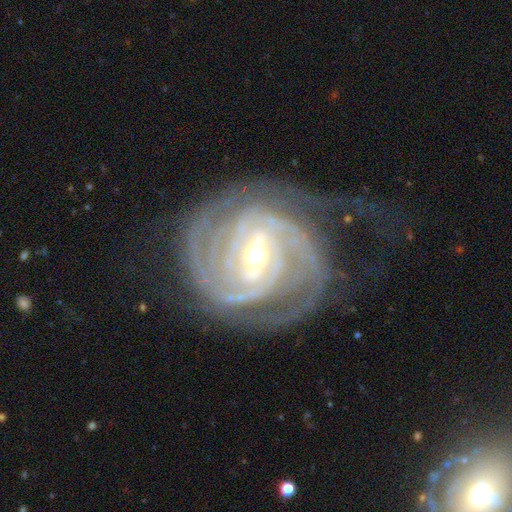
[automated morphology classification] Smooth or featured?
  - featured or disk: 92% *
  - star or artifact: 4%
  - smooth: 3%
Edge-on disk?
  - no: 97% *
  - yes: 3%
Bar?
  - strong: 47% *
  - weak: 41%
  - no: 12%
Spiral arms?
  - yes: 98% *
  - no: 2%
Spiral winding?
  - tight: 79% *
  - medium: 18%
  - loose: 3%
Spiral arm count?
  - 3: 26% *
  - 2: 22%
  - 4: 20%
  - can't tell: 17%
  - more than 4: 8%
  - 1: 7%
Bulge size?
  - moderate: 60% *
  - small: 34%
  - large: 4%
  - none: 1%
  - dominant: 1%
Merging?
  - none: 66% *
  - minor disturbance: 18%
  - major disturbance: 14%
  - merger: 2%